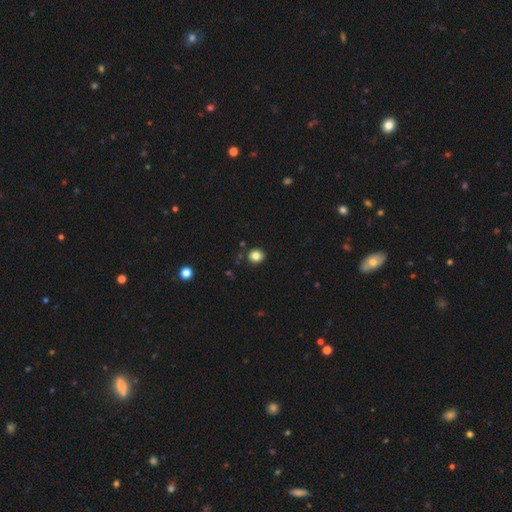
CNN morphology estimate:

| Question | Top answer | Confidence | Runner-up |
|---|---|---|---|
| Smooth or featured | smooth | 84% | star or artifact (11%) |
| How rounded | round | 80% | in between (19%) |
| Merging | none | 87% | minor disturbance (8%) |